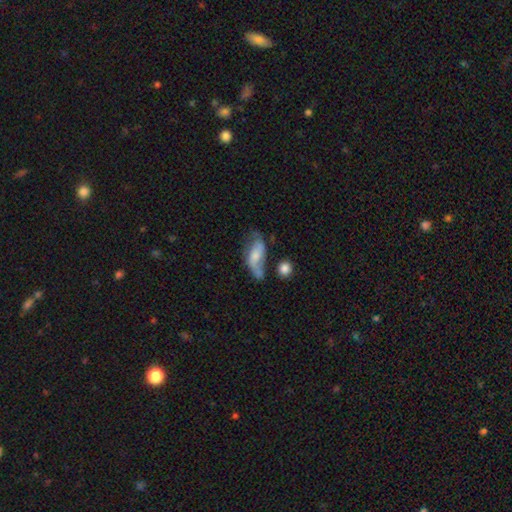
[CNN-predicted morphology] Smooth or featured?
  - featured or disk: 47% *
  - smooth: 46%
  - star or artifact: 8%
Merging?
  - none: 34% *
  - minor disturbance: 27%
  - major disturbance: 25%
  - merger: 14%